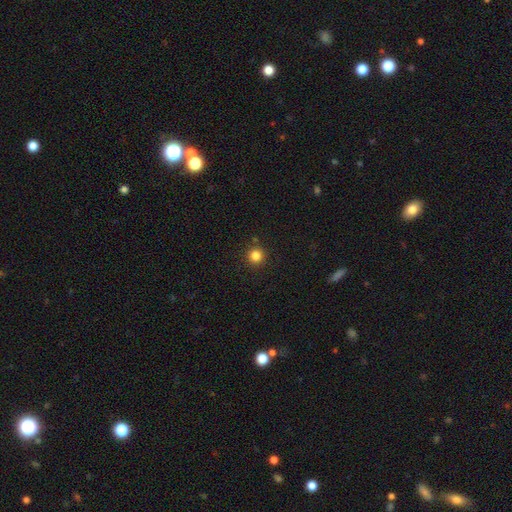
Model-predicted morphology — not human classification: Smooth or featured?
  - smooth: 83% *
  - star or artifact: 13%
  - featured or disk: 4%
How rounded?
  - round: 95% *
  - in between: 4%
  - cigar-shaped: 1%
Merging?
  - none: 90% *
  - minor disturbance: 5%
  - merger: 2%
  - major disturbance: 2%